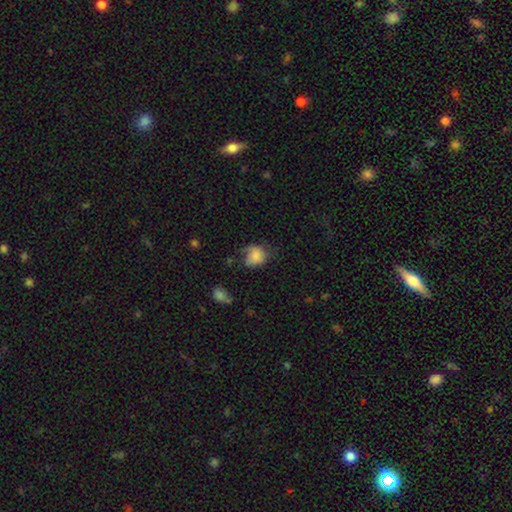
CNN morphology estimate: smooth 74%, featured or disk 17%, star or artifact 9%. Down the decision tree: how rounded — in between (50%); merging — none (37%).